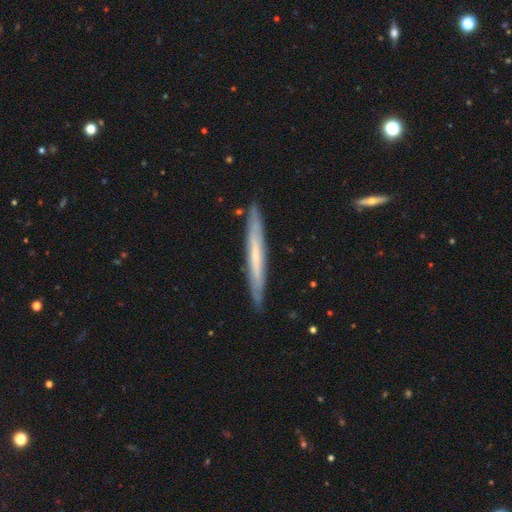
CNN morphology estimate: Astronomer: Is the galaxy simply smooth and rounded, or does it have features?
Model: featured or disk — 55% (runner-up: smooth, 39%).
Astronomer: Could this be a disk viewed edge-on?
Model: yes — 92%.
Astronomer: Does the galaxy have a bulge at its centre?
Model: none — 81%.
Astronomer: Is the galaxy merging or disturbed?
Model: none — 88%.